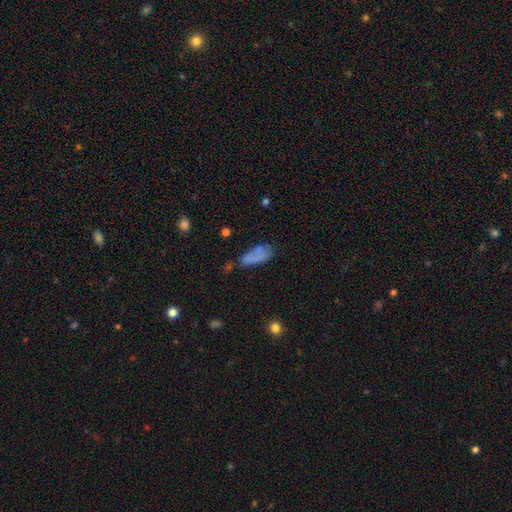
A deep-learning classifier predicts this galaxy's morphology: smooth_or_featured: smooth (p=0.71) [alt: featured or disk p=0.18]
how_rounded: in between (p=0.74) [alt: cigar-shaped p=0.22]
merging: none (p=0.43) [alt: minor disturbance p=0.27]